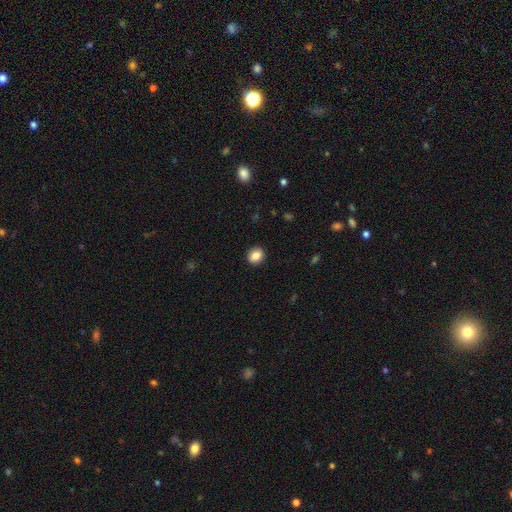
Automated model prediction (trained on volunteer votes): Smooth or featured?
  - smooth: 85% *
  - star or artifact: 9%
  - featured or disk: 6%
How rounded?
  - round: 70% *
  - in between: 29%
  - cigar-shaped: 1%
Merging?
  - none: 91% *
  - minor disturbance: 6%
  - major disturbance: 2%
  - merger: 1%